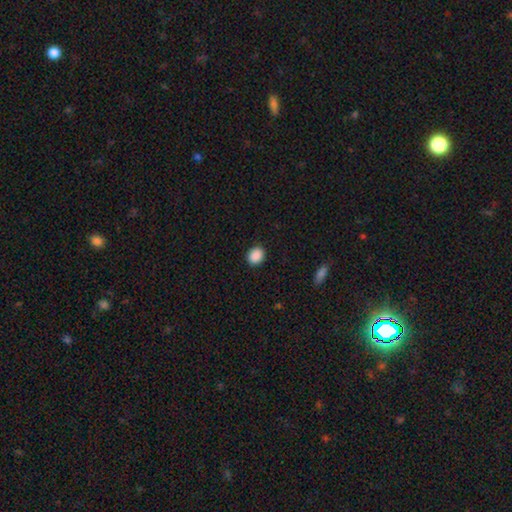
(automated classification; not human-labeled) Smooth or featured?
  - smooth: 89% *
  - star or artifact: 8%
  - featured or disk: 2%
How rounded?
  - round: 58% *
  - in between: 41%
  - cigar-shaped: 1%
Merging?
  - none: 89% *
  - minor disturbance: 8%
  - major disturbance: 2%
  - merger: 1%